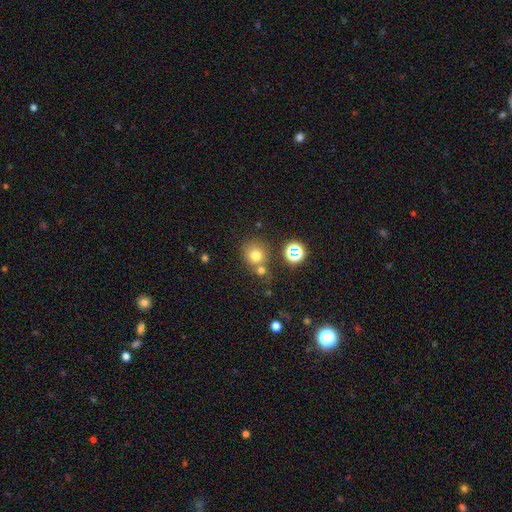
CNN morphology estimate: smooth-or-featured: smooth: 72% | star or artifact: 18% | featured or disk: 10%
  how-rounded: round: 87% | in between: 12% | cigar-shaped: 1%
  merging: none: 61% | merger: 25% | minor disturbance: 10% | major disturbance: 4%